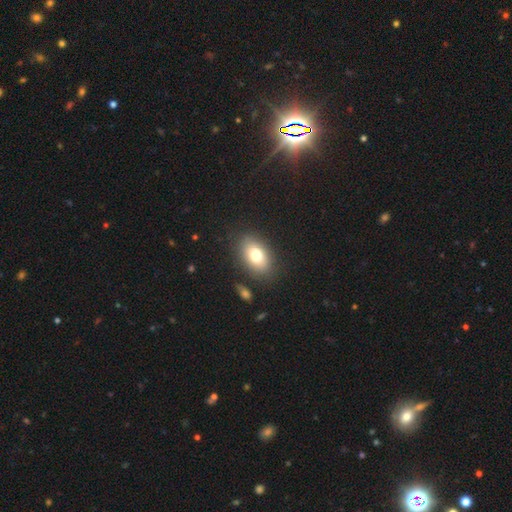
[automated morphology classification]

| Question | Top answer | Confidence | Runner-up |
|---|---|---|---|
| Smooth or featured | smooth | 76% | featured or disk (15%) |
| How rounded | in between | 85% | round (13%) |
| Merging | none | 83% | minor disturbance (11%) |